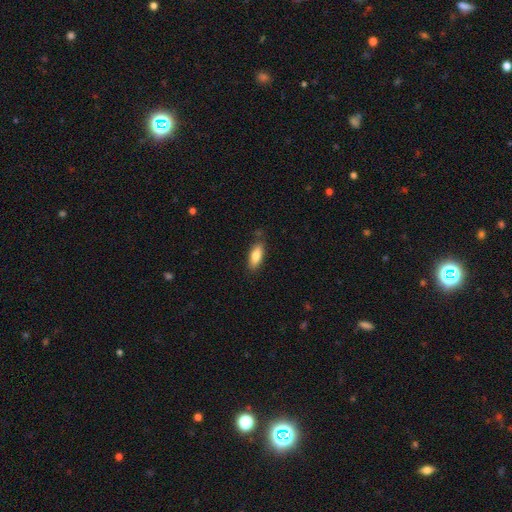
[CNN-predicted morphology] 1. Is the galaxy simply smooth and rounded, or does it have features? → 80% smooth, 13% featured or disk, 7% star or artifact.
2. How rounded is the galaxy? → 71% in between, 27% cigar-shaped, 2% round.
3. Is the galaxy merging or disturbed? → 81% none, 14% minor disturbance, 3% major disturbance, 2% merger.